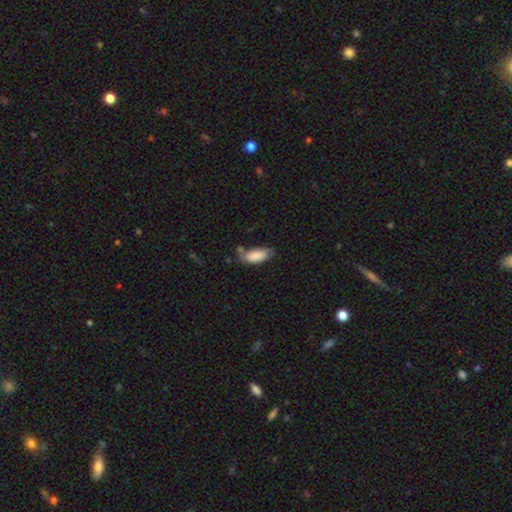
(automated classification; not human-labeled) Smooth or featured: smooth — 85% (featured or disk — 8%)
How rounded: in between — 87% (cigar-shaped — 11%)
Merging: none — 54% (minor disturbance — 28%)